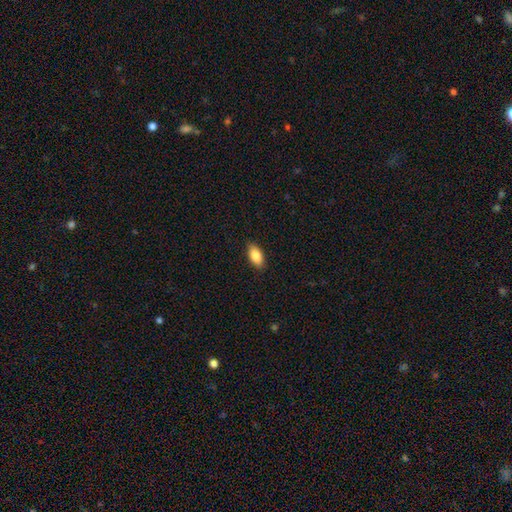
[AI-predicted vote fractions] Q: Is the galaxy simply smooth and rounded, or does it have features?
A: smooth — 85%.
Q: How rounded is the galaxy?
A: in between — 90%.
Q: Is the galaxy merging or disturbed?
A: none — 88%.